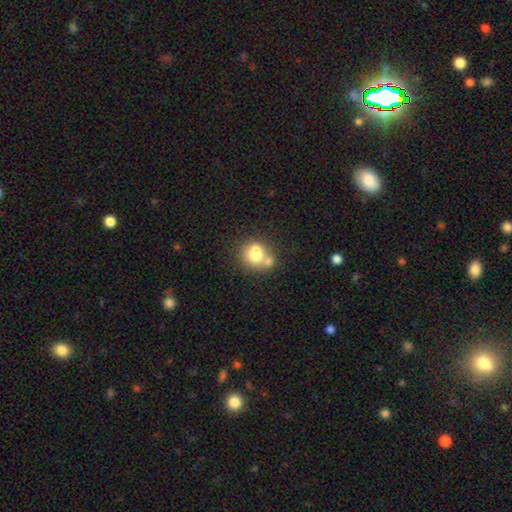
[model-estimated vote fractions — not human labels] smooth_or_featured: smooth (p=0.68) [alt: featured or disk p=0.22]
how_rounded: round (p=0.71) [alt: in between p=0.28]
merging: merger (p=0.50) [alt: none p=0.35]